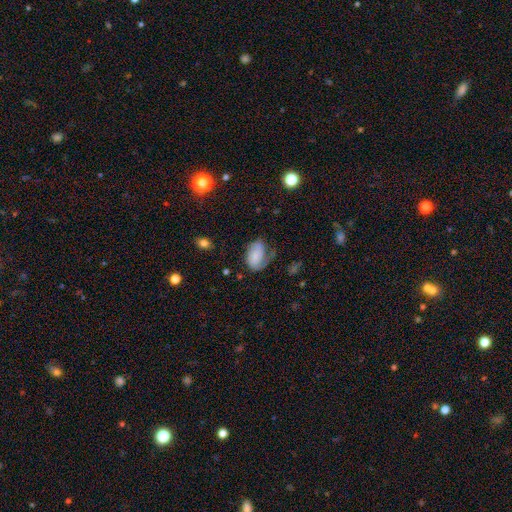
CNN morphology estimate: smooth 55%, featured or disk 37%, star or artifact 8%. Down the decision tree: how rounded — in between (86%); merging — none (35%).